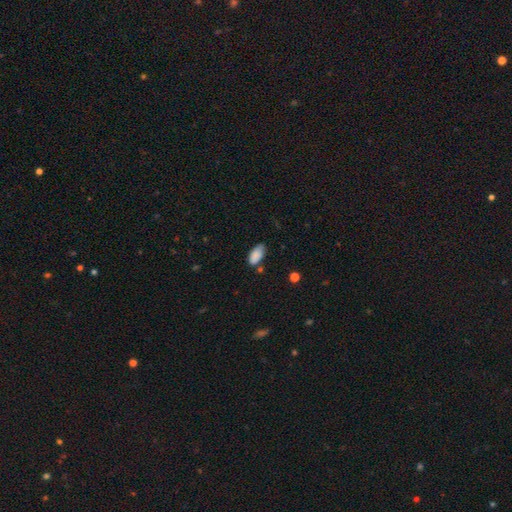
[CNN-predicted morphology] Overall: smooth (87%). How rounded: in between (93%). Merging: none (67%).